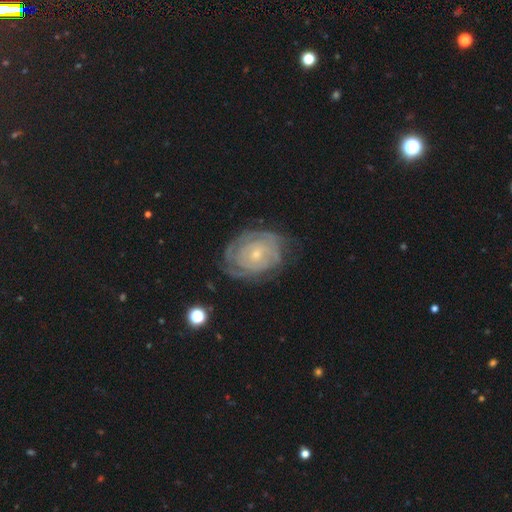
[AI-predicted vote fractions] Smooth or featured? Predicted: featured or disk (p=0.72). Edge-on disk? Predicted: no (p=0.96). Bar? Predicted: no (p=0.75). Spiral arms? Predicted: yes (p=0.94). Spiral winding? Predicted: tight (p=0.82). Spiral arm count? Predicted: can't tell (p=0.38). Bulge size? Predicted: small (p=0.74). Merging? Predicted: none (p=0.80).